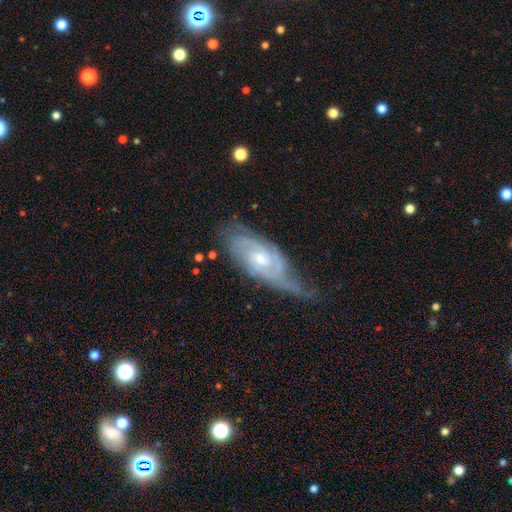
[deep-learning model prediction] smooth_or_featured: featured or disk (p=0.81) [alt: smooth p=0.12]
disk_edge_on: no (p=0.90) [alt: yes p=0.10]
bar: no (p=0.64) [alt: weak p=0.30]
has_spiral_arms: yes (p=0.94) [alt: no p=0.06]
spiral_winding: tight (p=0.54) [alt: medium p=0.35]
spiral_arm_count: 2 (p=0.45) [alt: can't tell p=0.30]
bulge_size: moderate (p=0.48) [tied with: small p=0.48]
merging: none (p=0.53) [alt: minor disturbance p=0.31]